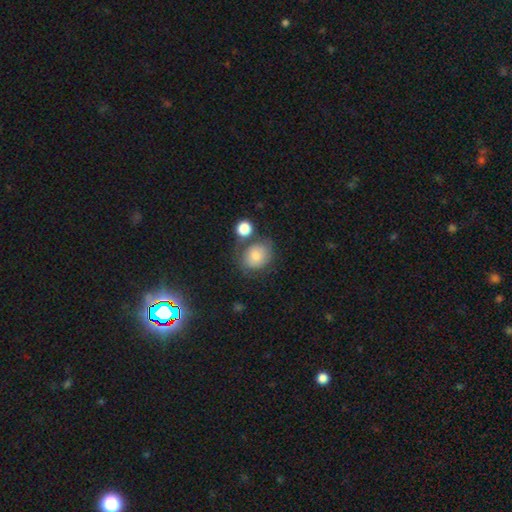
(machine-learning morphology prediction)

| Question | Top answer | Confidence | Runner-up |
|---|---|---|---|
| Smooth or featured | smooth | 68% | featured or disk (21%) |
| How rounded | round | 64% | in between (35%) |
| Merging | none | 58% | minor disturbance (19%) |